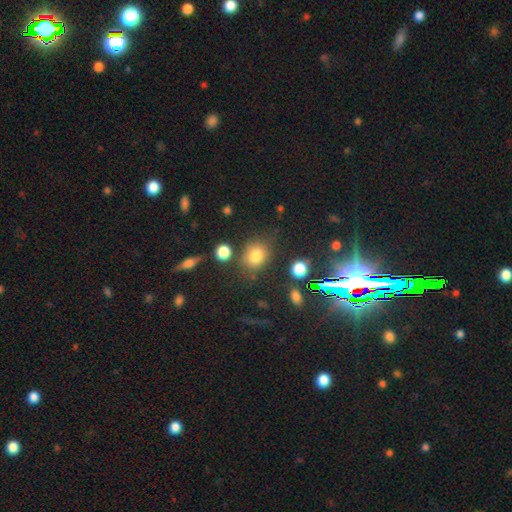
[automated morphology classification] type=smooth (77%); roundness=round (67%); merging=none (73%).